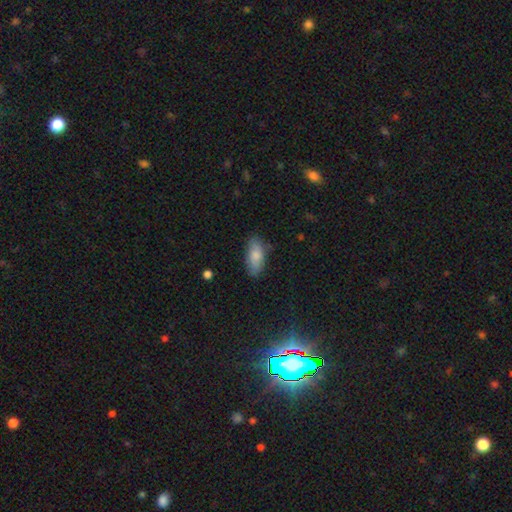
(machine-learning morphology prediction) A smooth galaxy with no disk features (80%) that is in between round and cigar-shaped (84%).

Vote fractions:
- Smooth or featured? smooth: 80% / featured or disk: 13% / star or artifact: 7%
- How rounded? in between: 84% / cigar-shaped: 14% / round: 3%
- Merging? none: 74% / minor disturbance: 20% / major disturbance: 4% / merger: 2%